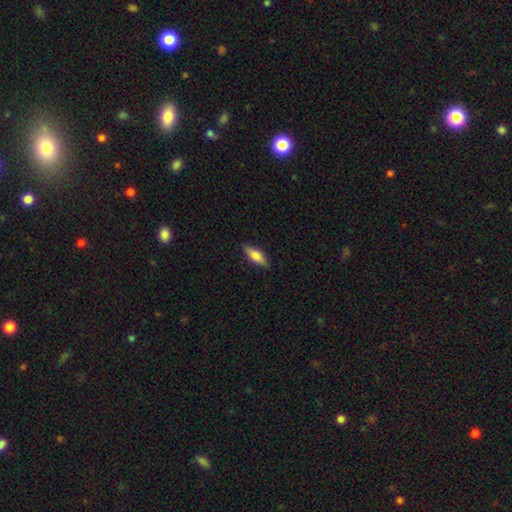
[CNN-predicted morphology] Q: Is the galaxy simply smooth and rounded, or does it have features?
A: smooth — 60%.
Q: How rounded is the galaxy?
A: in between — 56%.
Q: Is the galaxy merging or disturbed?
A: none — 86%.